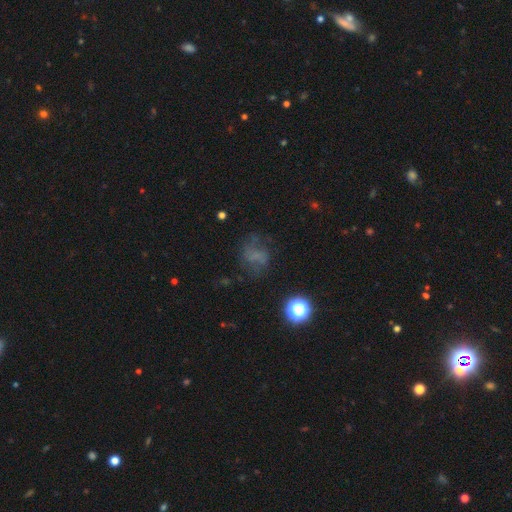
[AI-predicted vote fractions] Smooth or featured?
  - smooth: 43% *
  - featured or disk: 31%
  - star or artifact: 27%
Merging?
  - none: 54% *
  - major disturbance: 21%
  - minor disturbance: 21%
  - merger: 4%